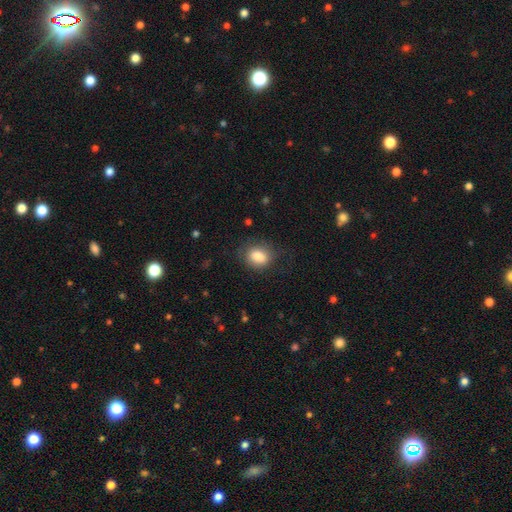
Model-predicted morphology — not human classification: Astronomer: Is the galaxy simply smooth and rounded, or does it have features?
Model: smooth — 83%.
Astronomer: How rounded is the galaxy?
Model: in between — 71%.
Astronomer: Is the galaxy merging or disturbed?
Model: none — 69%.